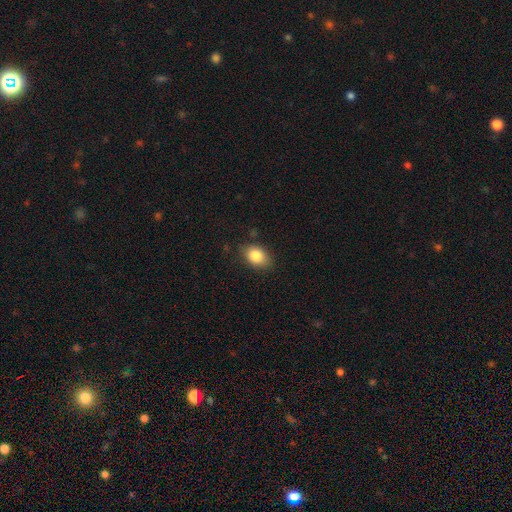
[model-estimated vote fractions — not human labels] This is clearly a smooth galaxy (85%). How rounded: likely in between (79%). Merging: clearly none (81%).